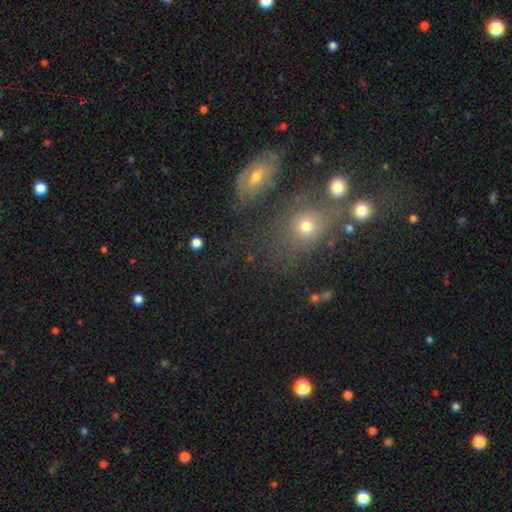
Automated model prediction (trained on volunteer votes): This is possibly a smooth galaxy (47%). Merging: possibly none (58%).